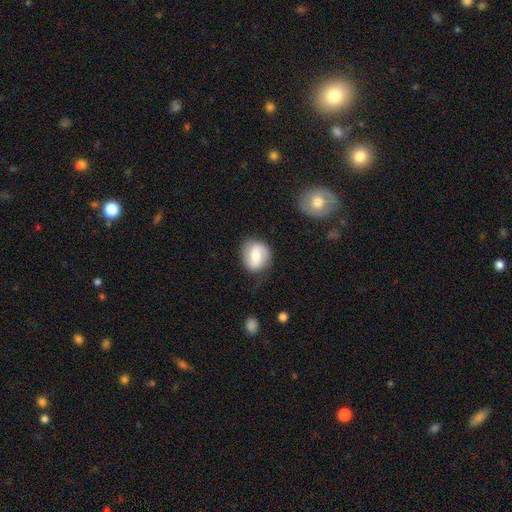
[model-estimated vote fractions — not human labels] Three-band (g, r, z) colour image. It shows a featured or disk galaxy (50%). Merging: none (75%).